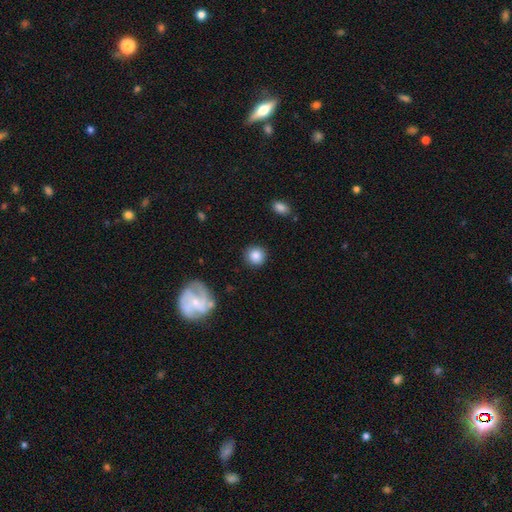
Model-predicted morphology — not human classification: This appears to be a smooth galaxy with no disk features (85%) that is round (92%). Merging: none (88%).